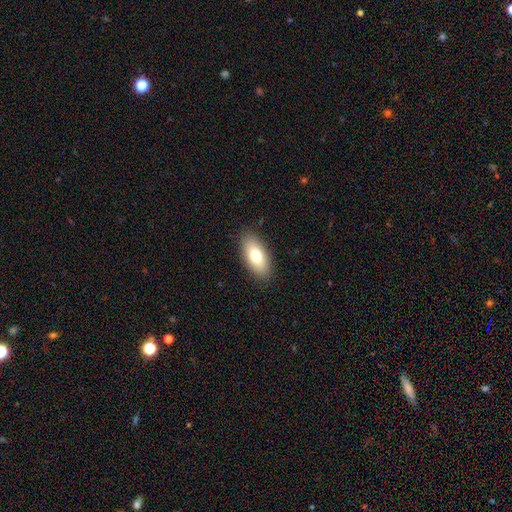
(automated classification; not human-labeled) Overall: smooth (76%). How rounded: in between (90%). Merging: none (88%).